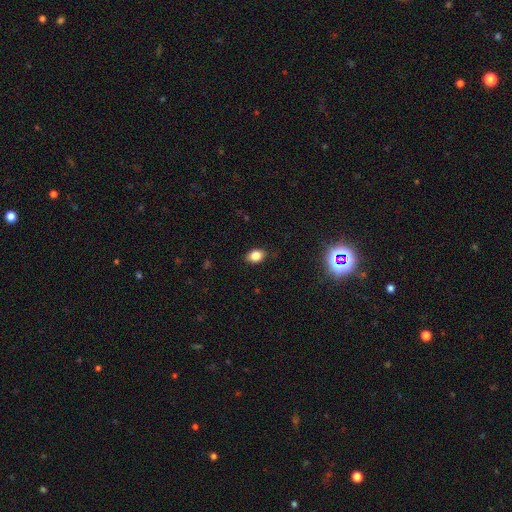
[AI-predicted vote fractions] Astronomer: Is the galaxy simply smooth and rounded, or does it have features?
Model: smooth — 82%.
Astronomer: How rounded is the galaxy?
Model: in between — 72%.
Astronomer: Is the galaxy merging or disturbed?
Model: none — 85%.